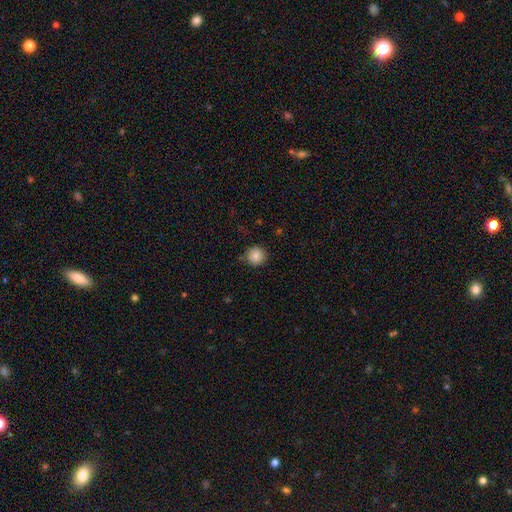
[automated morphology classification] Overall: smooth (85%). How rounded: round (95%). Merging: none (87%).